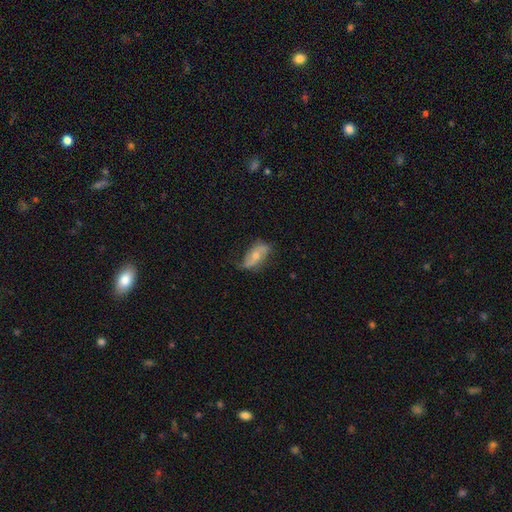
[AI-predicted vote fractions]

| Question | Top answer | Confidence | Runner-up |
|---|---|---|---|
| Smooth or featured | featured or disk | 57% | smooth (36%) |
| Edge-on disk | no | 90% | yes (10%) |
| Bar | no | 58% | weak (28%) |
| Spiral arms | yes | 78% | no (22%) |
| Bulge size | moderate | 58% | small (36%) |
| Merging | none | 57% | minor disturbance (31%) |